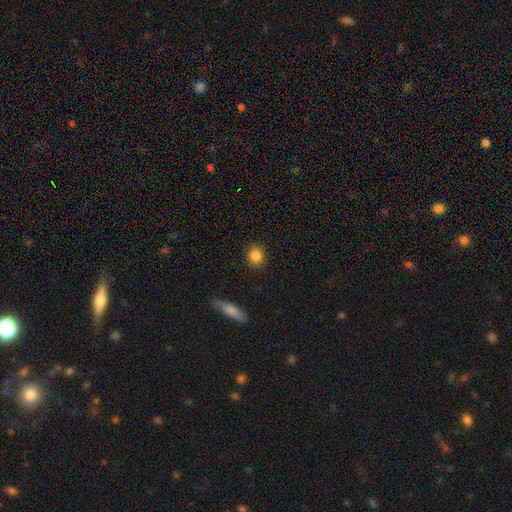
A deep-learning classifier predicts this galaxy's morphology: Smooth or featured?
  - smooth: 86% *
  - star or artifact: 9%
  - featured or disk: 5%
How rounded?
  - round: 81% *
  - in between: 17%
  - cigar-shaped: 2%
Merging?
  - none: 89% *
  - minor disturbance: 7%
  - major disturbance: 2%
  - merger: 1%